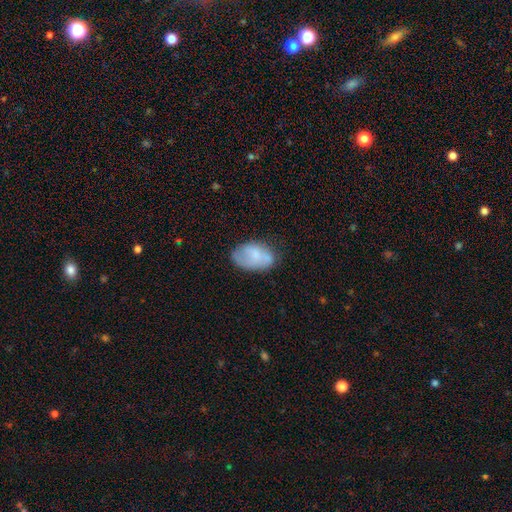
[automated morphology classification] A smooth galaxy with no disk features (68%) that is in between round and cigar-shaped (91%). Merging: none (53%).